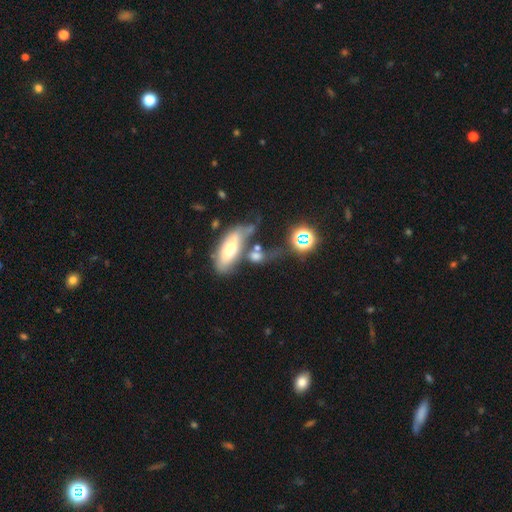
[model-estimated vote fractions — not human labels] This is possibly a smooth galaxy (56%). How rounded: likely in between (69%). Merging: marginally none (33%).